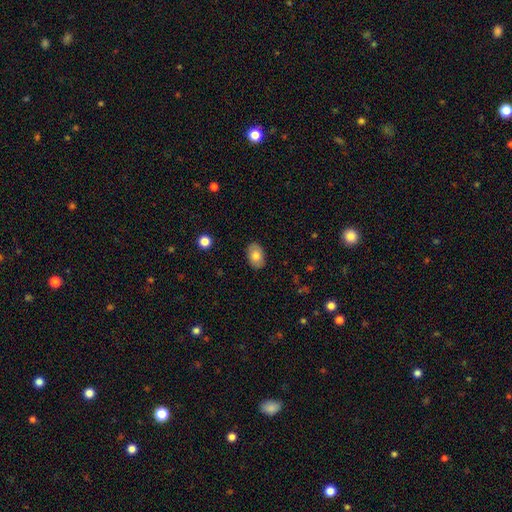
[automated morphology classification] Smooth or featured? Predicted: smooth (p=0.79). How rounded? Predicted: in between (p=0.88). Merging? Predicted: none (p=0.87).